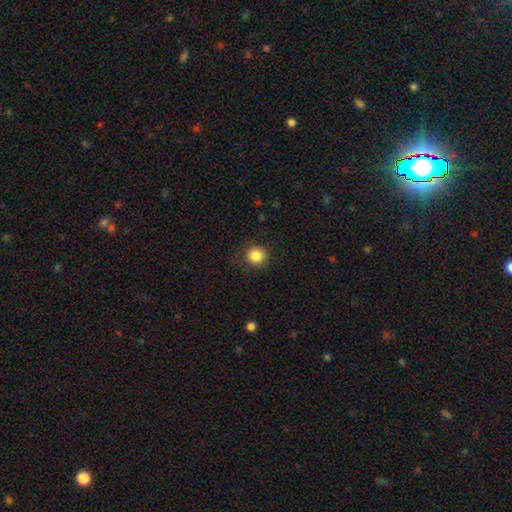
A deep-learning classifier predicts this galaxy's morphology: Smooth or featured? Predicted: smooth (p=0.85). How rounded? Predicted: round (p=0.90). Merging? Predicted: none (p=0.84).